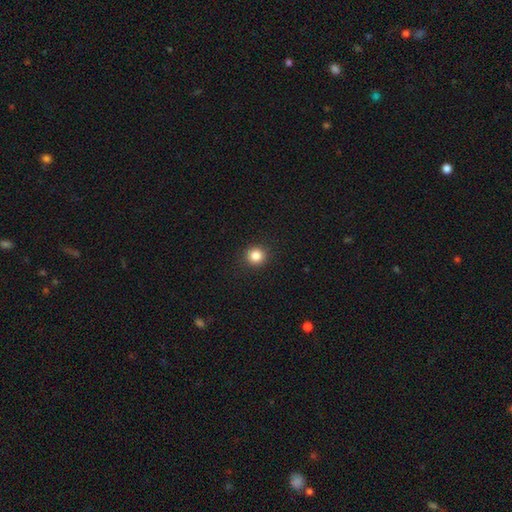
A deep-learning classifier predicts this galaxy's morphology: Q: Smooth or featured?
A: smooth (85%); runner-up: star or artifact (11%)
Q: How rounded?
A: round (92%); runner-up: in between (8%)
Q: Merging?
A: none (92%); runner-up: minor disturbance (5%)